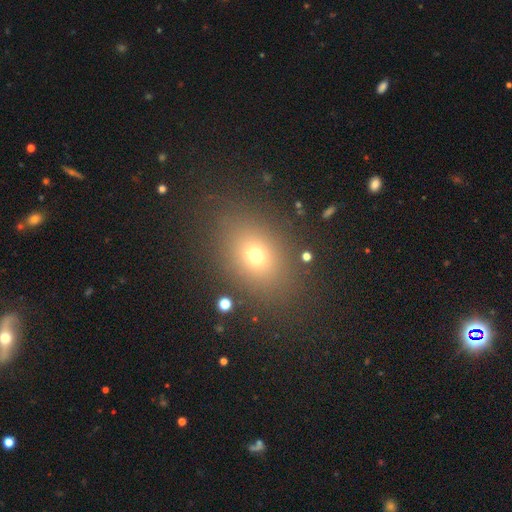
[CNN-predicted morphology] Smooth or featured? smooth (69%)
How rounded? in between (65%)
Merging? none (85%)